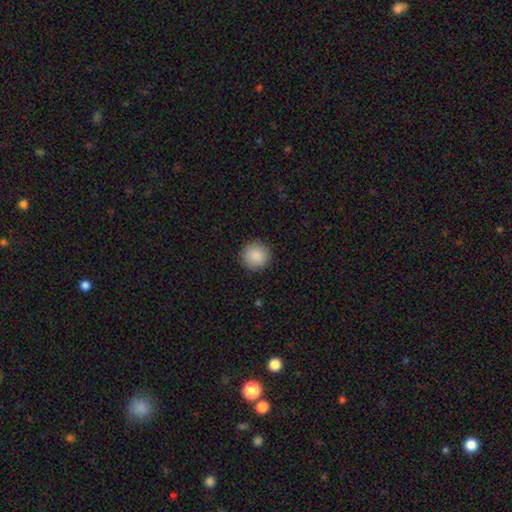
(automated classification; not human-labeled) Q: Smooth or featured?
A: smooth (89%); runner-up: star or artifact (8%)
Q: How rounded?
A: round (95%); runner-up: in between (4%)
Q: Merging?
A: none (91%); runner-up: minor disturbance (6%)